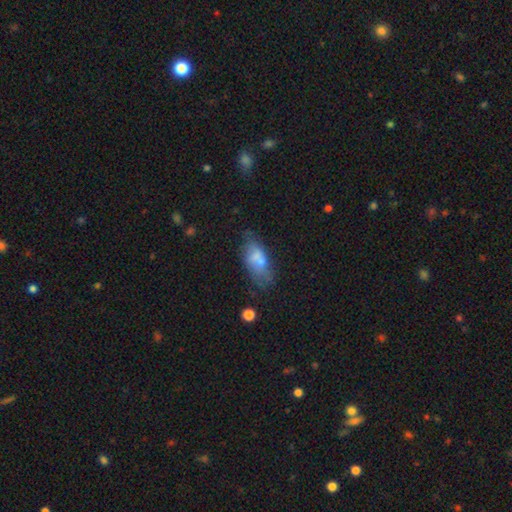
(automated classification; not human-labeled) The model was most divided on "merging": none: 49%, minor disturbance: 25%, merger: 14%, major disturbance: 13%. More confident: how rounded — in between (86%); smooth or featured — smooth (65%).